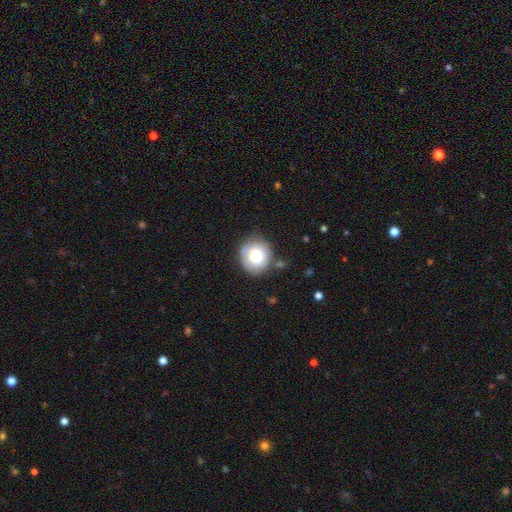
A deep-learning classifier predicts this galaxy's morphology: A smooth galaxy with no disk features (70%) that is round (85%). Merging: none (75%).